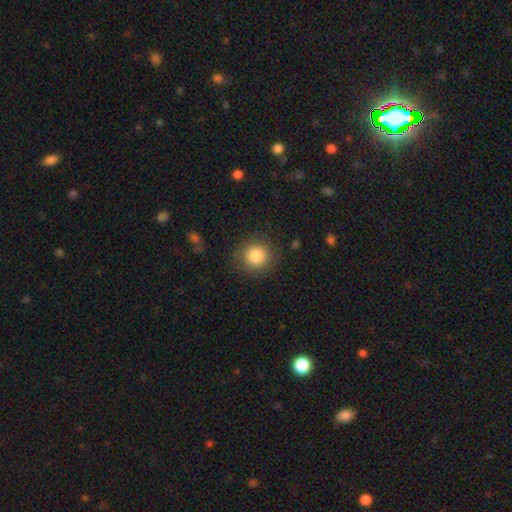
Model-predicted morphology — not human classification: Smooth or featured? Predicted: smooth (p=0.84). How rounded? Predicted: round (p=0.93). Merging? Predicted: none (p=0.87).